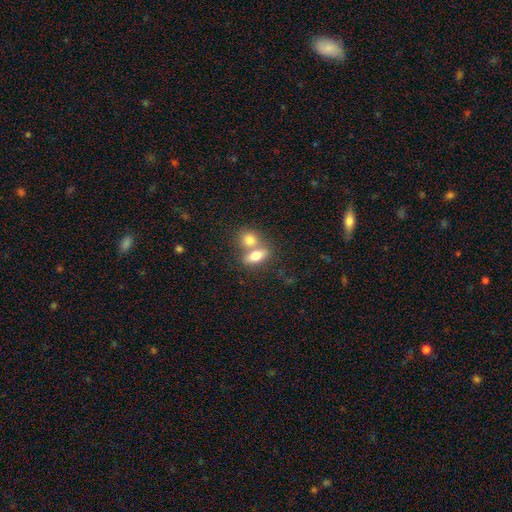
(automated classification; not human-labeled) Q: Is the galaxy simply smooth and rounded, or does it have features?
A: smooth — 76%.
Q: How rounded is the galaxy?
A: in between — 78%.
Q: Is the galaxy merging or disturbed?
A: merger — 55%.